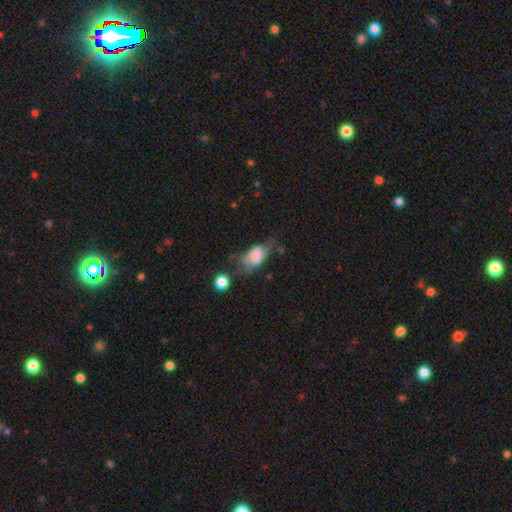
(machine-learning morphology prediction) Q: Smooth or featured?
A: smooth (65%); runner-up: featured or disk (26%)
Q: How rounded?
A: in between (86%); runner-up: round (10%)
Q: Merging?
A: minor disturbance (32%); runner-up: major disturbance (31%)